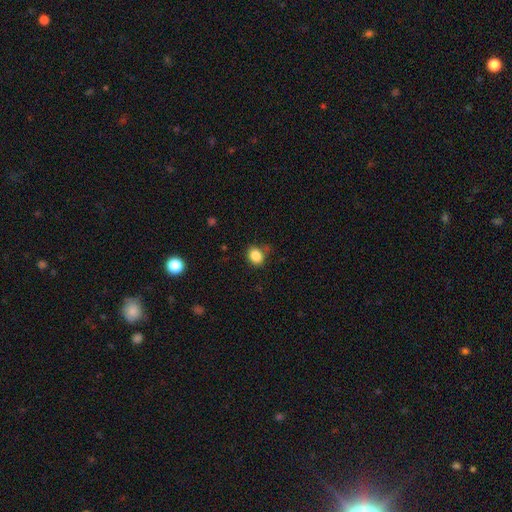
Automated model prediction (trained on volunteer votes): This appears to be a smooth galaxy with no disk features (85%) that is round (60%). Merging: none (75%).